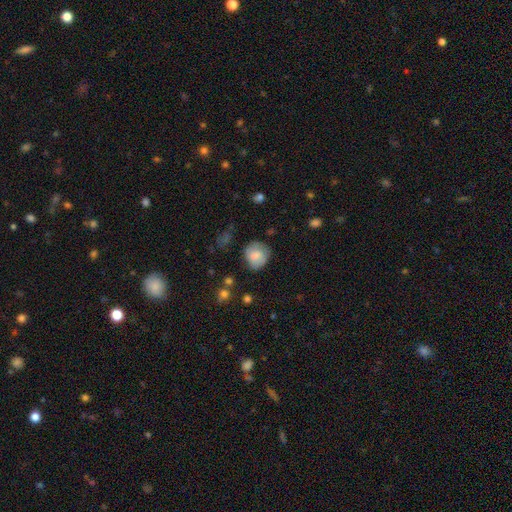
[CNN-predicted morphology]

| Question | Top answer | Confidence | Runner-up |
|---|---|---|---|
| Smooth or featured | smooth | 78% | featured or disk (14%) |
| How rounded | round | 79% | in between (20%) |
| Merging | none | 71% | minor disturbance (20%) |